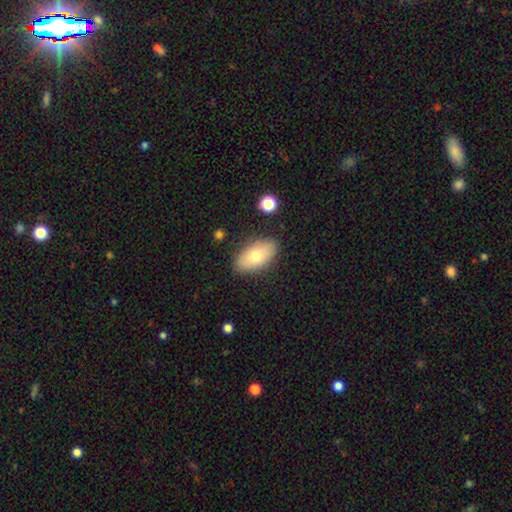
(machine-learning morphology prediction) smooth 73%, featured or disk 20%, star or artifact 7%. Down the decision tree: how rounded — in between (93%); merging — none (84%).